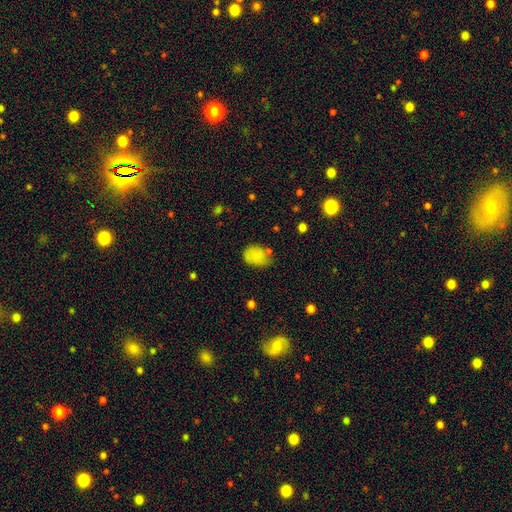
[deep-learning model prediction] Smooth or featured?
  - smooth: 79% *
  - featured or disk: 12%
  - star or artifact: 9%
How rounded?
  - in between: 63% *
  - round: 36%
  - cigar-shaped: 1%
Merging?
  - none: 57% *
  - minor disturbance: 29%
  - major disturbance: 8%
  - merger: 6%